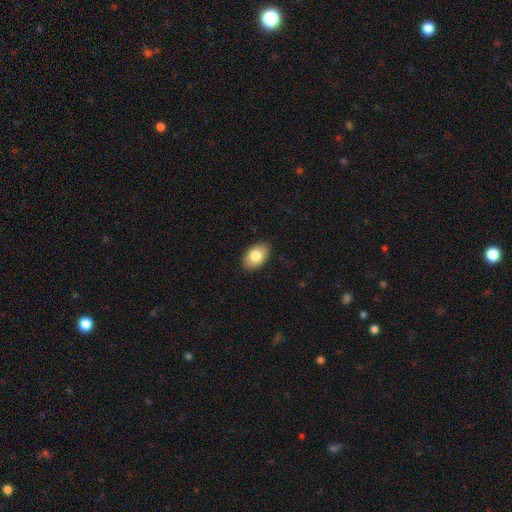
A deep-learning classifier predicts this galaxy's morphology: Smooth or featured? Predicted: smooth (p=0.82). How rounded? Predicted: in between (p=0.90). Merging? Predicted: none (p=0.89).